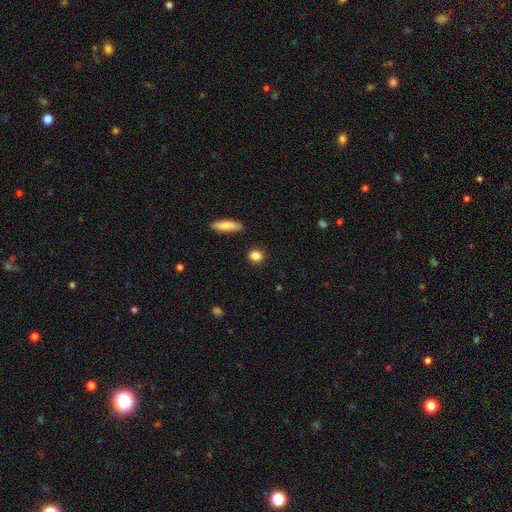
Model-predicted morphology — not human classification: Overall: smooth (86%). How rounded: round (63%; in between 33%). Merging: none (89%).